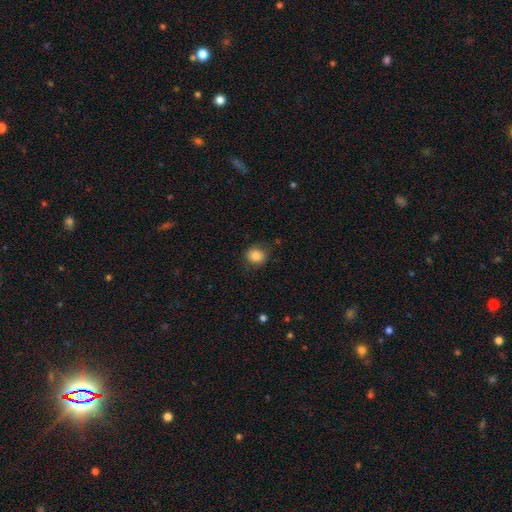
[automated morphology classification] This appears to be a smooth galaxy with no disk features (85%) that is round (79%). Merging: none (83%).